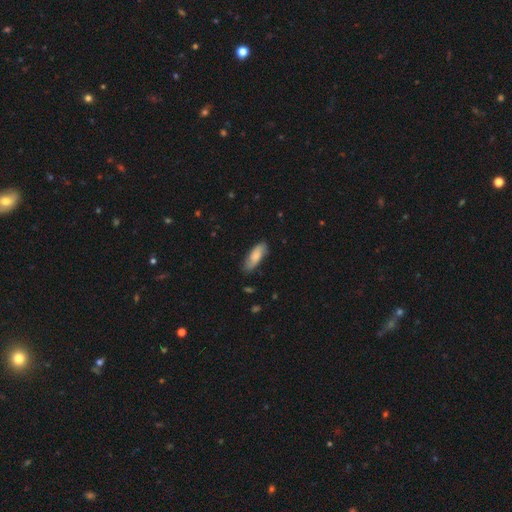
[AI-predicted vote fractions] This appears to be a smooth galaxy with no disk features (68%) that is in between round and cigar-shaped (69%). Merging: none (78%).